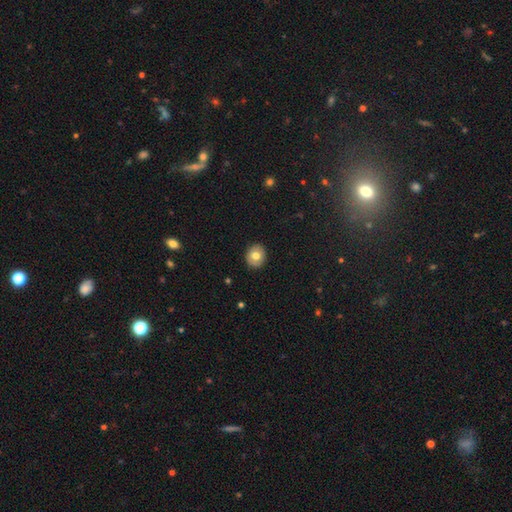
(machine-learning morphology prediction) smooth_or_featured: smooth (p=0.74) [alt: featured or disk p=0.17]
how_rounded: round (p=0.74) [alt: in between p=0.25]
merging: none (p=0.90) [alt: minor disturbance p=0.08]